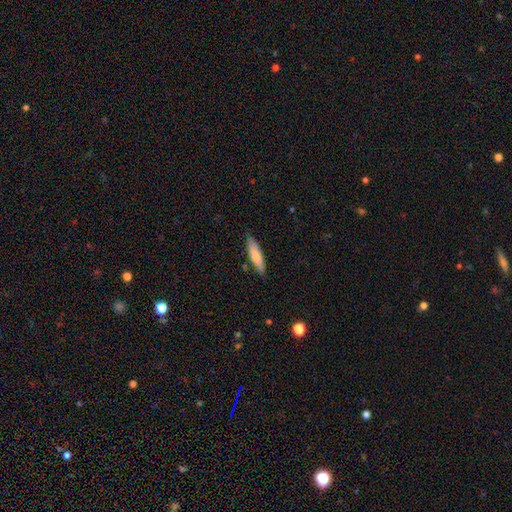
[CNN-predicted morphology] smooth 73%, featured or disk 22%, star or artifact 6%. Down the decision tree: how rounded — cigar-shaped (65%); merging — none (83%).